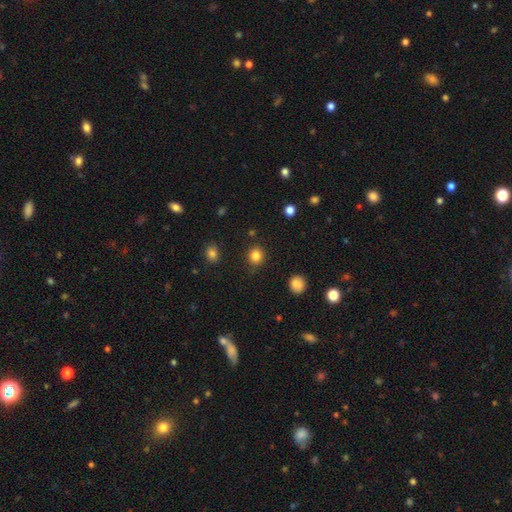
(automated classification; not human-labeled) Overall: smooth (84%). How rounded: round (88%). Merging: none (86%).